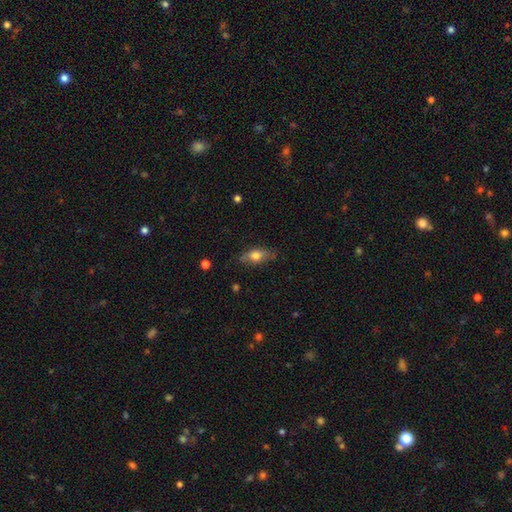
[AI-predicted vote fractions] This is likely a smooth galaxy (66%). How rounded: likely in between (75%). Merging: likely none (76%).